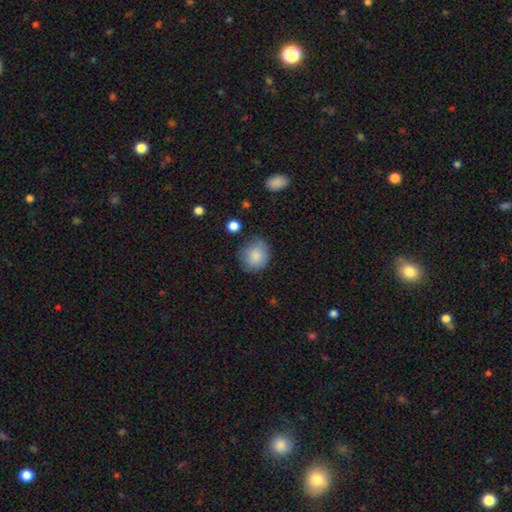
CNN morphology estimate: A smooth galaxy with no disk features (85%) that is round (82%).

Vote fractions:
- Smooth or featured? smooth: 85% / featured or disk: 8% / star or artifact: 7%
- How rounded? round: 82% / in between: 17% / cigar-shaped: 1%
- Merging? none: 73% / minor disturbance: 20% / major disturbance: 5% / merger: 2%